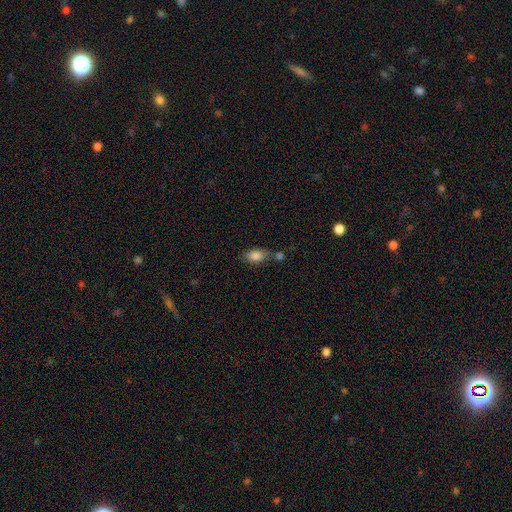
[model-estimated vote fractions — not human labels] The model was most divided on "merging": none: 53%, merger: 25%, minor disturbance: 17%, major disturbance: 6%. More confident: how rounded — in between (88%); smooth or featured — smooth (84%).